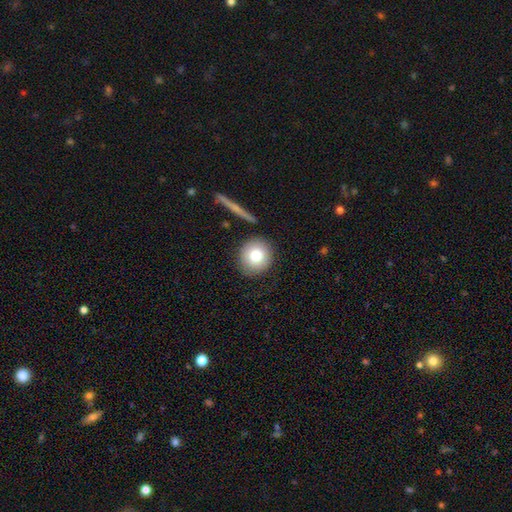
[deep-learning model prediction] Morphology: type=smooth (78%); roundness=round (90%); merging=none (85%).